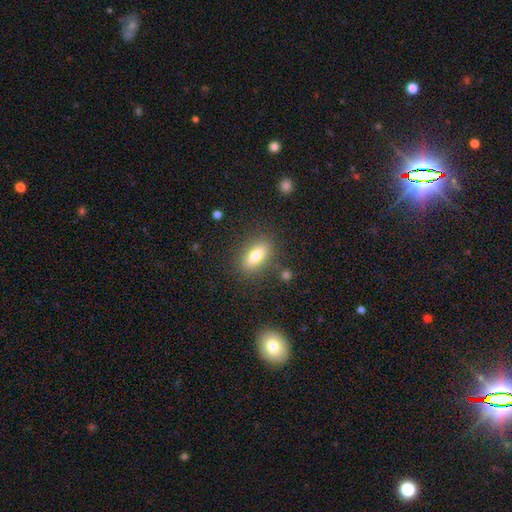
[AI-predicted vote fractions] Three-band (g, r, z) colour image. It shows a smooth galaxy with no disk features (74%) that is in between round and cigar-shaped (79%). Merging: none (83%).